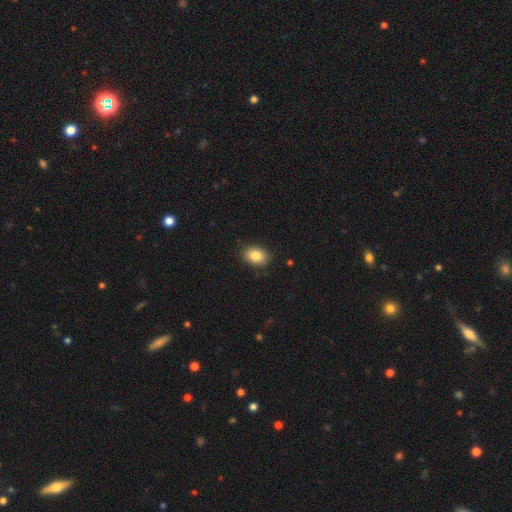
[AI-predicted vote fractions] Smooth or featured? smooth (85%)
How rounded? in between (77%)
Merging? none (88%)